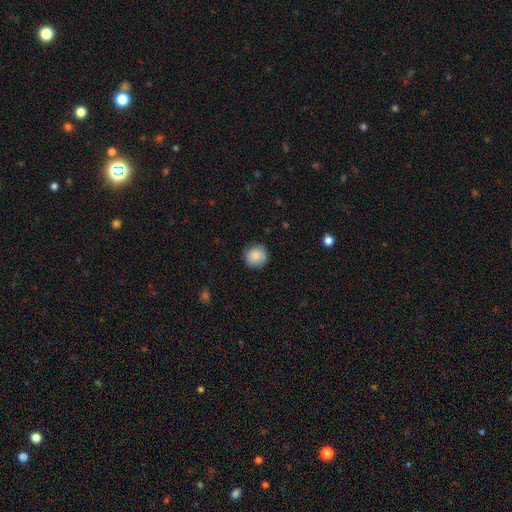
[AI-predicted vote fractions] smooth_or_featured: smooth (p=0.86) [alt: star or artifact p=0.08]
how_rounded: round (p=0.90) [alt: in between p=0.09]
merging: none (p=0.86) [alt: minor disturbance p=0.10]